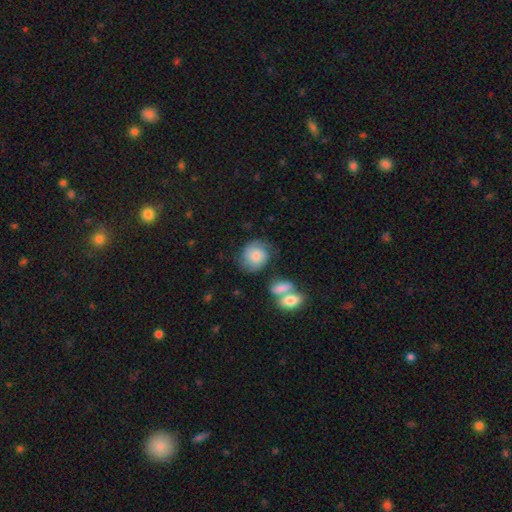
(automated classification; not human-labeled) This is possibly a smooth galaxy (56%). How rounded: likely round (73%). Merging: likely none (63%).